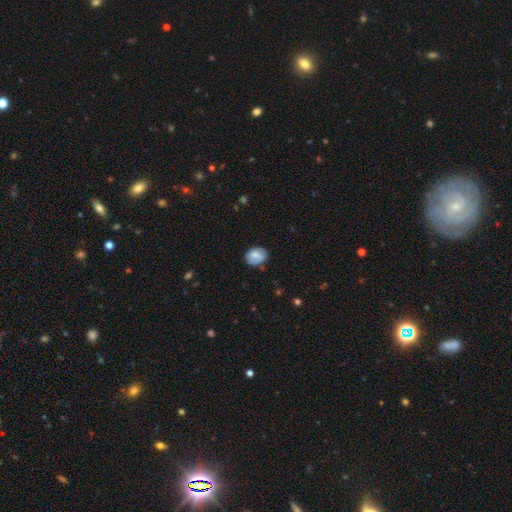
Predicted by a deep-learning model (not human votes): Smooth or featured? Predicted: smooth (p=0.70). How rounded? Predicted: in between (p=0.58). Merging? Predicted: none (p=0.72).